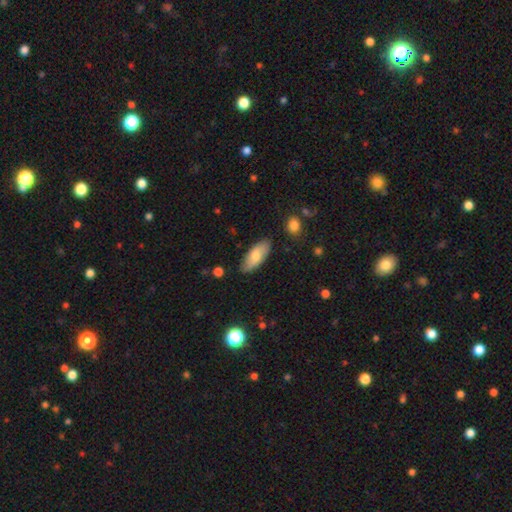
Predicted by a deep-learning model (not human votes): The model was most divided on "smooth or featured": smooth: 72%, featured or disk: 22%, star or artifact: 6%. More confident: how rounded — in between (84%); merging — none (84%).